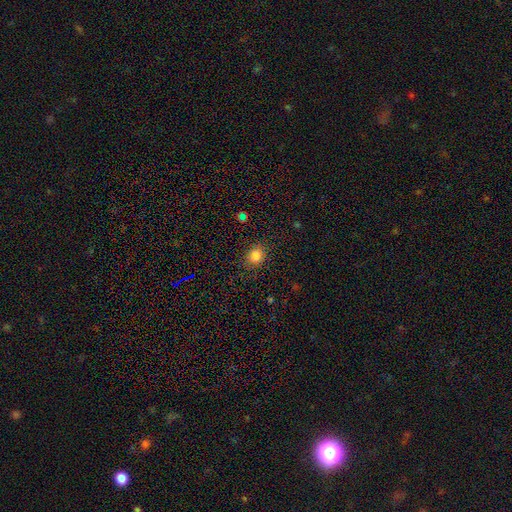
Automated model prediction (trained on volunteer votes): A smooth galaxy with no disk features (82%) that is round (69%). Merging: none (87%).